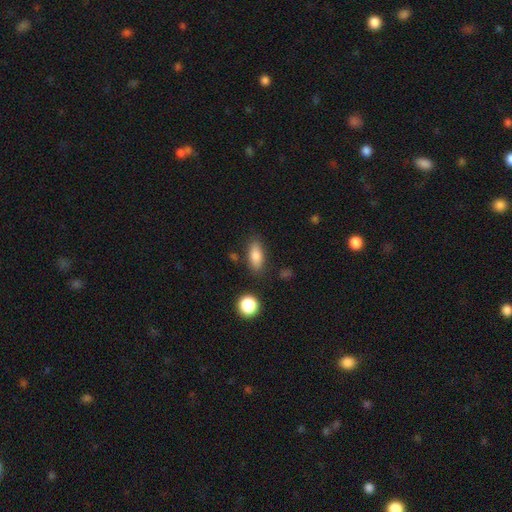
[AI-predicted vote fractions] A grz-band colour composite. It shows a smooth galaxy with no disk features (82%) that is in between round and cigar-shaped (81%). Merging: none (80%).